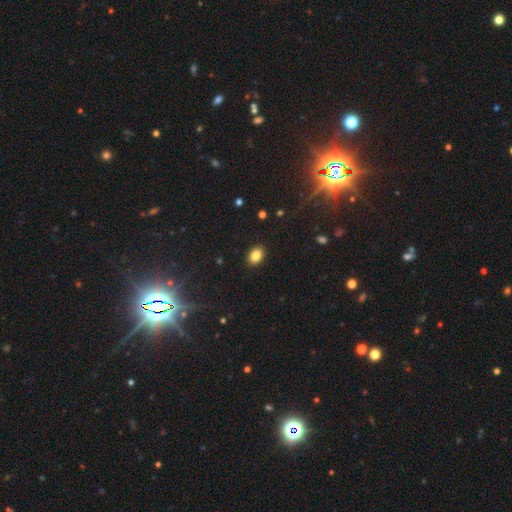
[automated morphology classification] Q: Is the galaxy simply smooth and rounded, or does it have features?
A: smooth — 86%.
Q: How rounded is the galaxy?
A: in between — 77%.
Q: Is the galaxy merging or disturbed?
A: none — 89%.